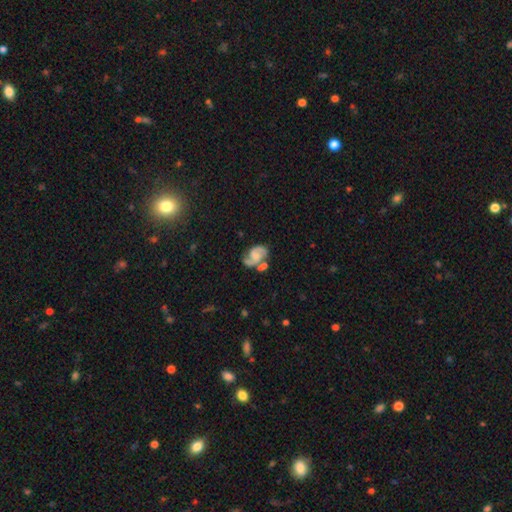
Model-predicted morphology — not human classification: This is clearly a featured or disk galaxy (83%). It is clearly not viewed edge-on (98%). Bar: possibly no (50%). Spiral arm pattern: clearly yes (96%). Spiral arm count: clearly 2 (91%). Spiral winding: possibly medium (54%). Central bulge: marginally none (37%). Merging: possibly none (54%).